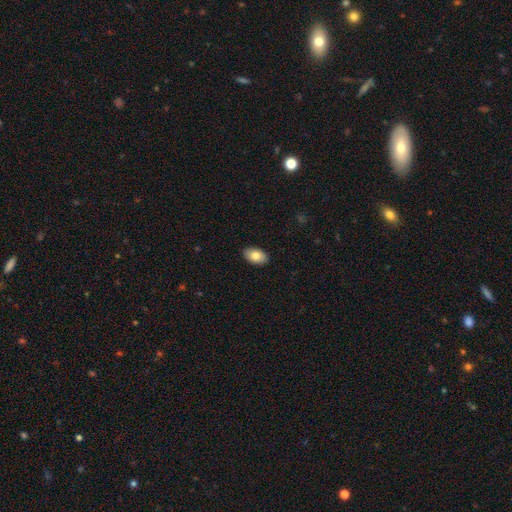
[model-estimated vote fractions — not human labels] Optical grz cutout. It shows a smooth galaxy with no disk features (82%) that is in between round and cigar-shaped (93%). Merging: none (89%).